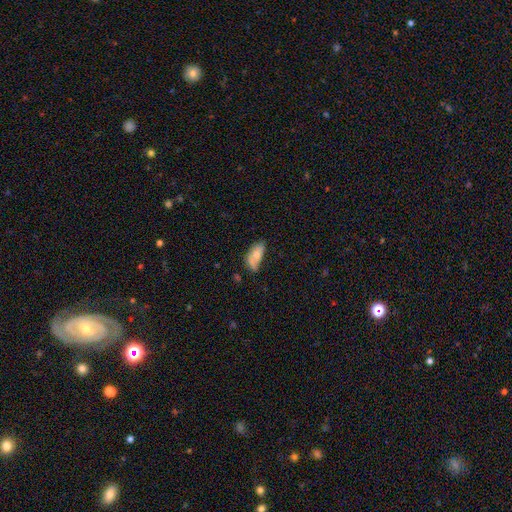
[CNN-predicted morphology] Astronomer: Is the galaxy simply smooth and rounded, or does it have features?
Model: smooth — 70%.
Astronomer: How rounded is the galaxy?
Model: in between — 87%.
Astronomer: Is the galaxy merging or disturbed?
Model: none — 38% (runner-up: minor disturbance, 34%).